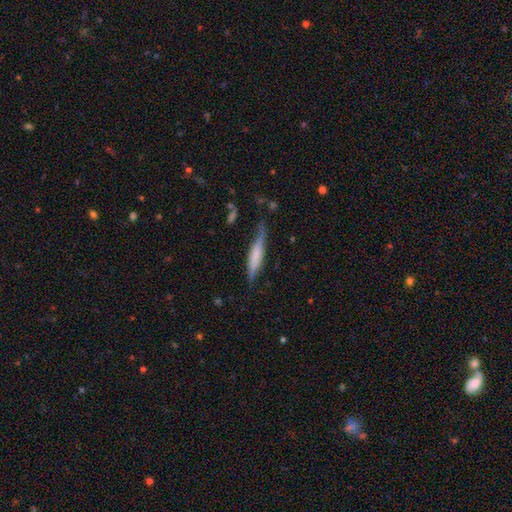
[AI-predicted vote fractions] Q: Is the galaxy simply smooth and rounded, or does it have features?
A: smooth — 52%.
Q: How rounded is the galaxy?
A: cigar-shaped — 87%.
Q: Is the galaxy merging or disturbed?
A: none — 68%.